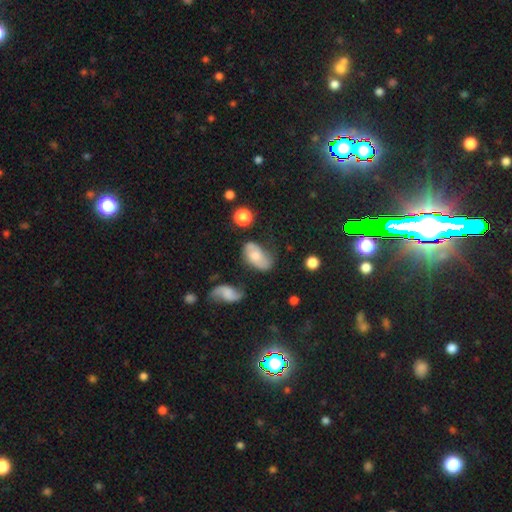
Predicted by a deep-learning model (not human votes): smooth 52%, featured or disk 38%, star or artifact 9%. Down the decision tree: how rounded — in between (91%); merging — none (48%).